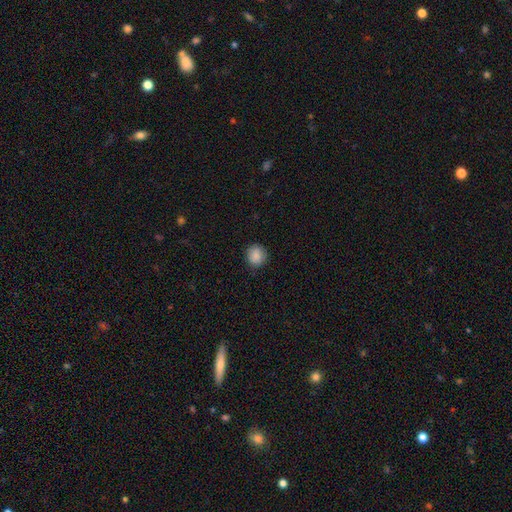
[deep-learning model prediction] The model was most divided on "how rounded": round: 85%, in between: 14%, cigar-shaped: 1%. More confident: merging — none (88%); smooth or featured — smooth (88%).